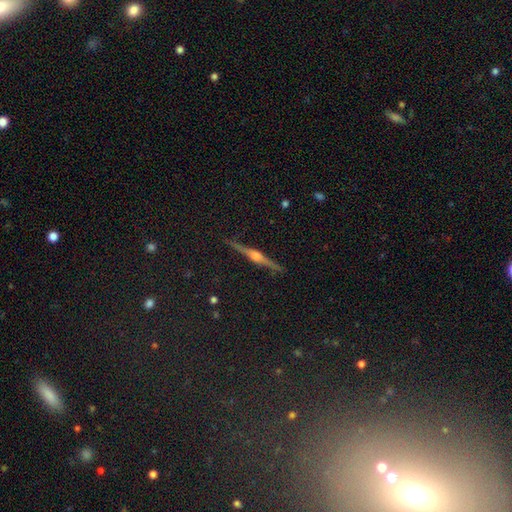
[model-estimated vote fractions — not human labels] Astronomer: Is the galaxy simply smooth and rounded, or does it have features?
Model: featured or disk — 84%.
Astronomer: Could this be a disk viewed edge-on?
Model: yes — 98%.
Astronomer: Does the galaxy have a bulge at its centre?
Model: rounded — 87%.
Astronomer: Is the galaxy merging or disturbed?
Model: none — 92%.